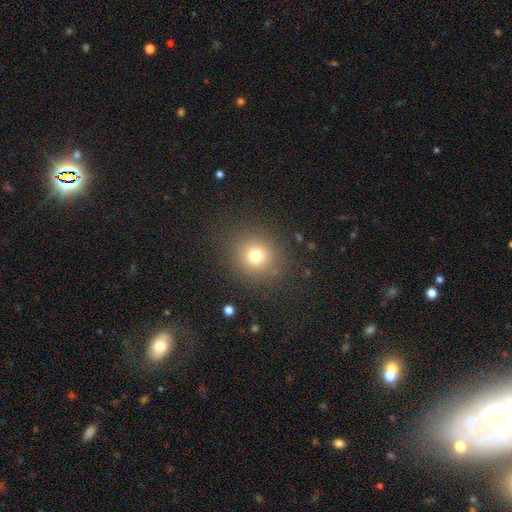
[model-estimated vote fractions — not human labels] This appears to be a smooth galaxy with no disk features (74%) that is round (89%). Merging: none (86%).